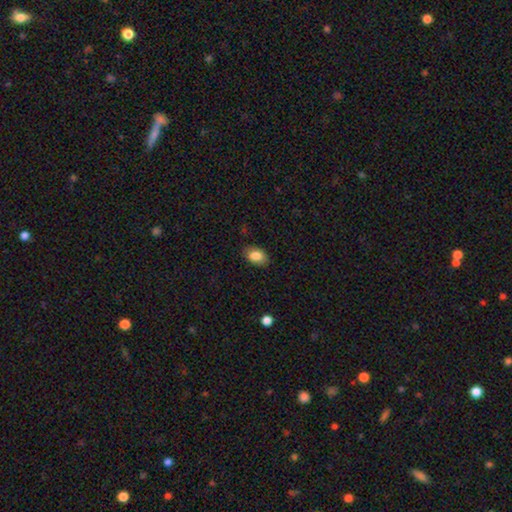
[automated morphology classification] smooth 85%, star or artifact 8%, featured or disk 7%. Down the decision tree: how rounded — in between (85%); merging — none (85%).